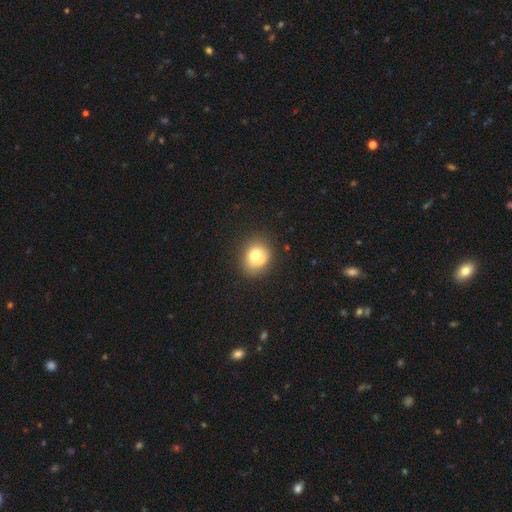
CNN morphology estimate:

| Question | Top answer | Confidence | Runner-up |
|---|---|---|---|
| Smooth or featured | smooth | 73% | featured or disk (17%) |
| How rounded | round | 65% | in between (35%) |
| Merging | none | 63% | minor disturbance (20%) |